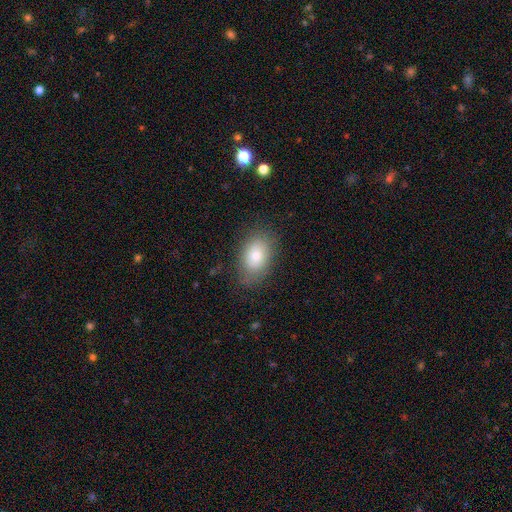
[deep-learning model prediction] Smooth or featured: smooth — 75% (featured or disk — 16%)
How rounded: in between — 85% (round — 13%)
Merging: none — 80% (minor disturbance — 14%)